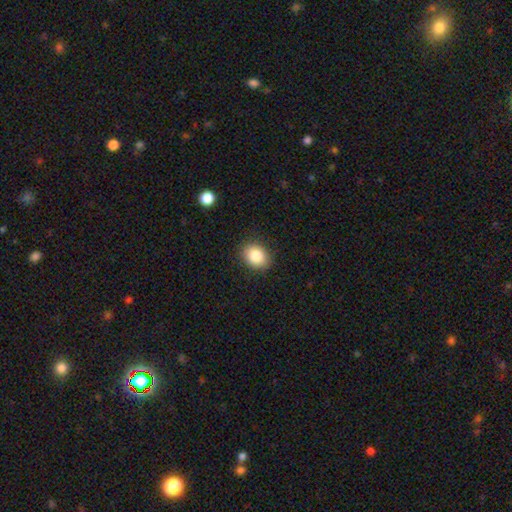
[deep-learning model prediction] Smooth or featured: smooth — 85% (star or artifact — 9%)
How rounded: round — 51% (in between — 48%)
Merging: none — 88% (minor disturbance — 9%)